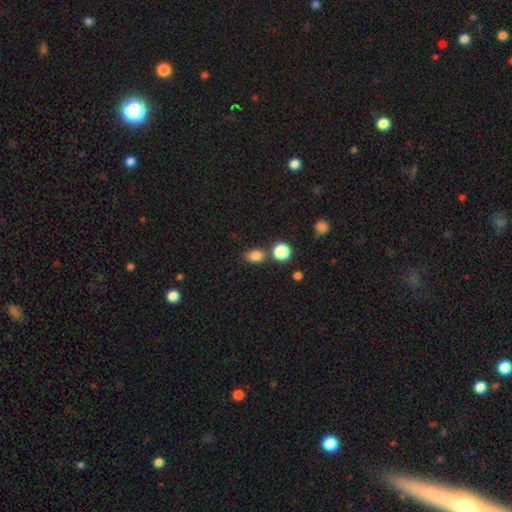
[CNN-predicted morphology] Q: Smooth or featured?
A: smooth (82%); runner-up: star or artifact (13%)
Q: How rounded?
A: in between (57%); runner-up: round (42%)
Q: Merging?
A: none (72%); runner-up: merger (13%)